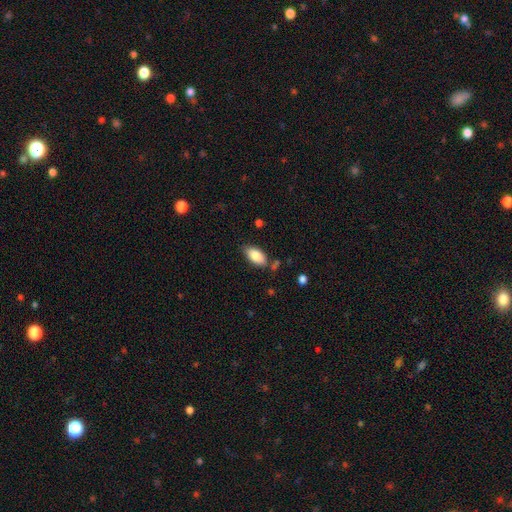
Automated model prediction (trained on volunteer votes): A smooth galaxy with no disk features (84%) that is in between round and cigar-shaped (92%).

Vote fractions:
- Smooth or featured? smooth: 84% / featured or disk: 10% / star or artifact: 7%
- How rounded? in between: 92% / cigar-shaped: 6% / round: 2%
- Merging? none: 75% / minor disturbance: 17% / merger: 5% / major disturbance: 3%